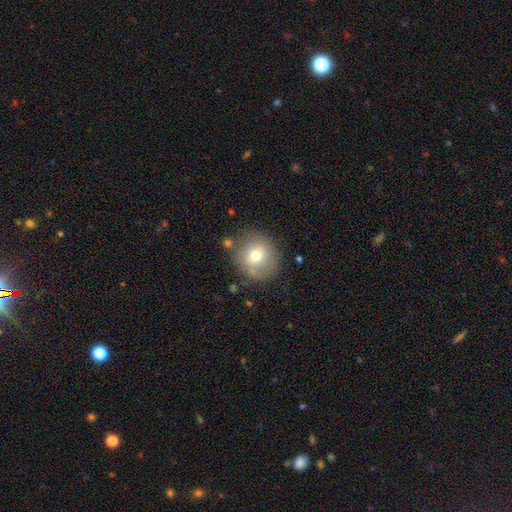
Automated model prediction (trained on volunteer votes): Smooth or featured: smooth — 70% (featured or disk — 20%)
How rounded: round — 89% (in between — 10%)
Merging: none — 77% (minor disturbance — 14%)